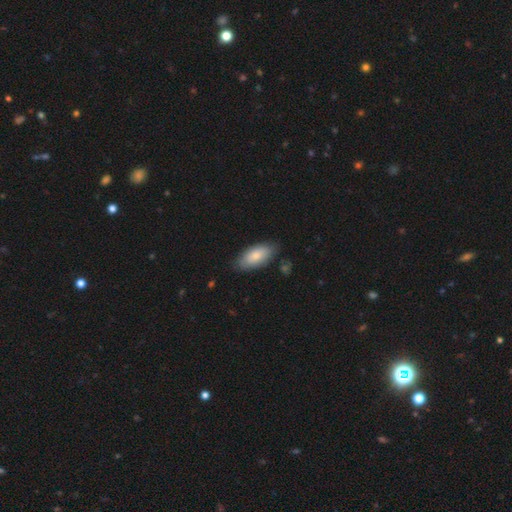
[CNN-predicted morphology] A smooth galaxy with no disk features (78%) that is in between round and cigar-shaped (91%).

Vote fractions:
- Smooth or featured? smooth: 78% / featured or disk: 16% / star or artifact: 6%
- How rounded? in between: 91% / cigar-shaped: 7% / round: 2%
- Merging? none: 78% / minor disturbance: 17% / major disturbance: 3% / merger: 2%